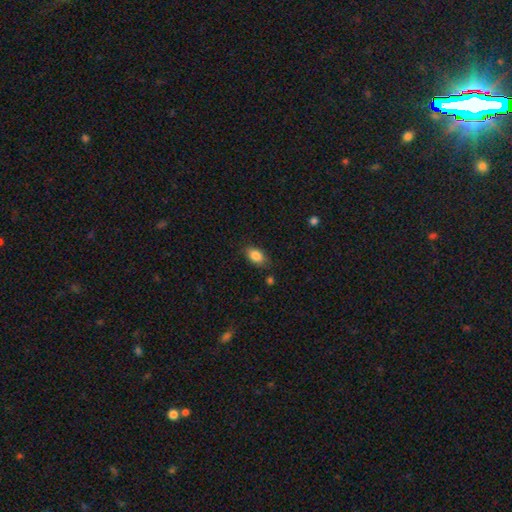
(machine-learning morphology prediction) A smooth galaxy with no disk features (85%) that is in between round and cigar-shaped (87%).

Vote fractions:
- Smooth or featured? smooth: 85% / star or artifact: 8% / featured or disk: 7%
- How rounded? in between: 87% / round: 10% / cigar-shaped: 3%
- Merging? none: 81% / minor disturbance: 14% / major disturbance: 3% / merger: 2%